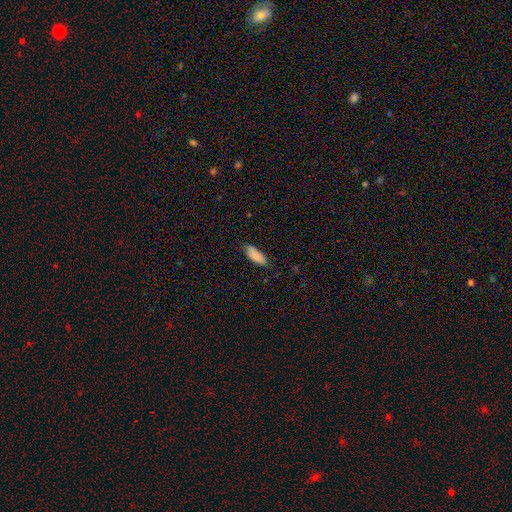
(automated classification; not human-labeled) Morphology: type=smooth (85%); roundness=in between (71%); merging=none (73%).